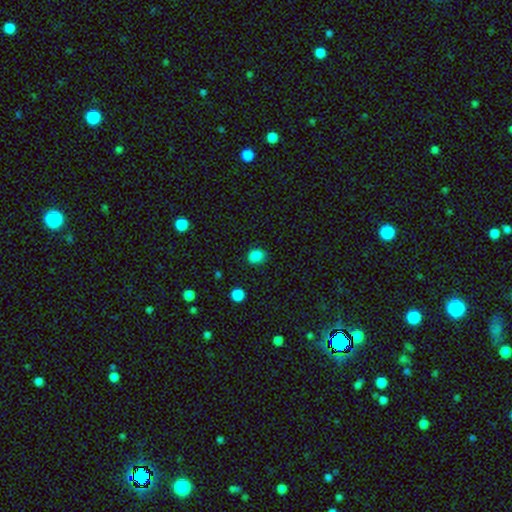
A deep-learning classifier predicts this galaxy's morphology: Overall: smooth (85%). How rounded: round (52%; in between 47%). Merging: none (84%).